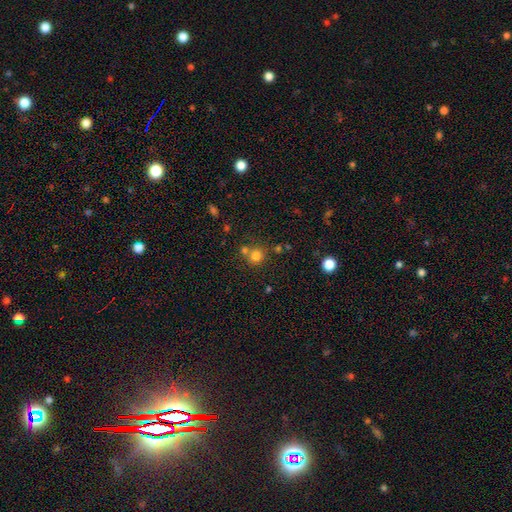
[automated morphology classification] The model was most divided on "merging": none: 61%, merger: 26%, minor disturbance: 9%, major disturbance: 4%. More confident: how rounded — round (87%); smooth or featured — smooth (78%).